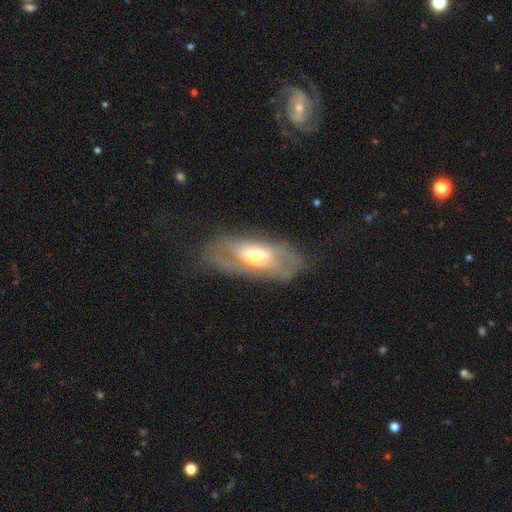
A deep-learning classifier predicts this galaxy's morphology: A featured or disk galaxy (56%).

Vote fractions:
- Smooth or featured? featured or disk: 56% / smooth: 37% / star or artifact: 7%
- Edge-on disk? no: 83% / yes: 17%
- Merging? none: 51% / minor disturbance: 26% / major disturbance: 20% / merger: 2%